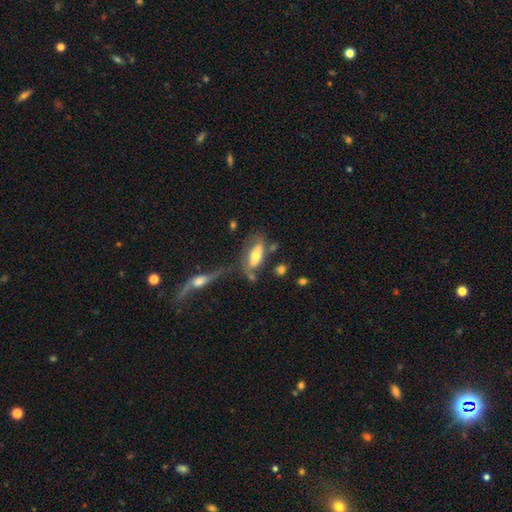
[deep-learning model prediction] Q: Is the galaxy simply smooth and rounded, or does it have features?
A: smooth — 57%.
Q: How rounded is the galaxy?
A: in between — 82%.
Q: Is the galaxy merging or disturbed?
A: none — 44%.